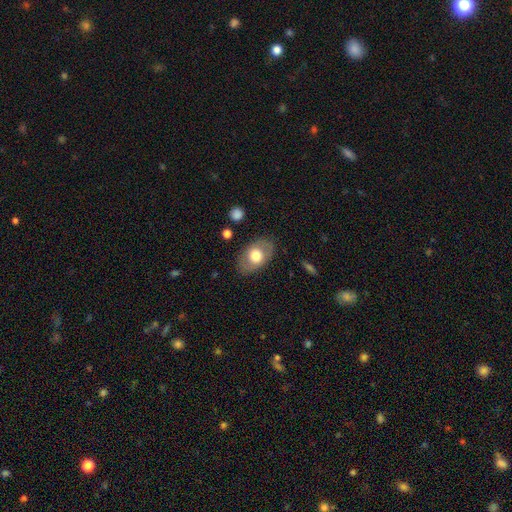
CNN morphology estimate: smooth_or_featured: smooth (p=0.63) [alt: featured or disk p=0.30]
how_rounded: in between (p=0.84) [alt: round p=0.15]
merging: none (p=0.81) [alt: minor disturbance p=0.13]